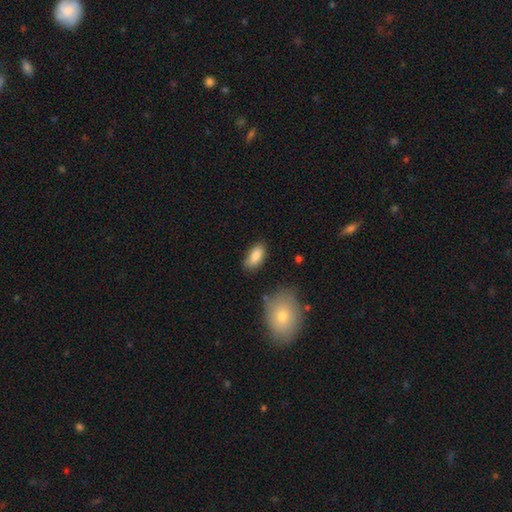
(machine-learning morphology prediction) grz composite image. It shows a smooth galaxy with no disk features (86%) that is in between round and cigar-shaped (90%). Merging: none (76%).